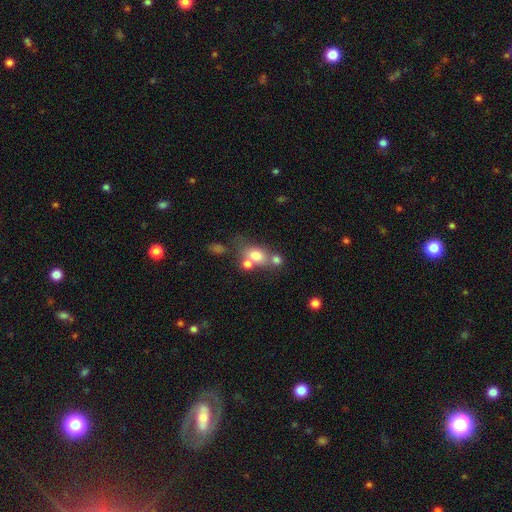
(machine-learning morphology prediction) Q: Smooth or featured?
A: smooth (71%); runner-up: featured or disk (17%)
Q: How rounded?
A: in between (67%); runner-up: round (30%)
Q: Merging?
A: merger (40%); runner-up: none (38%)